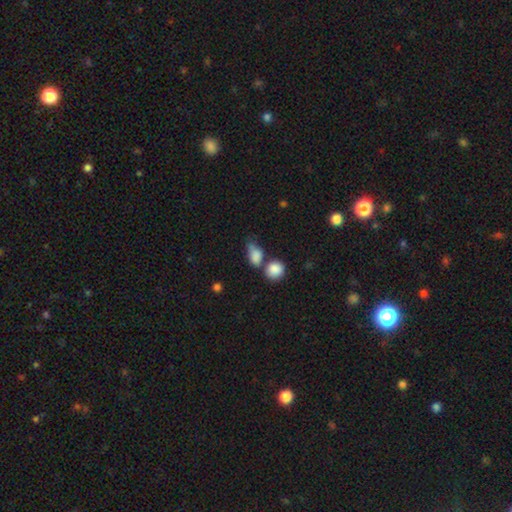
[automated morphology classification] Overall: smooth (84%). How rounded: in between (73%). Merging: merger (39%; none 32%).